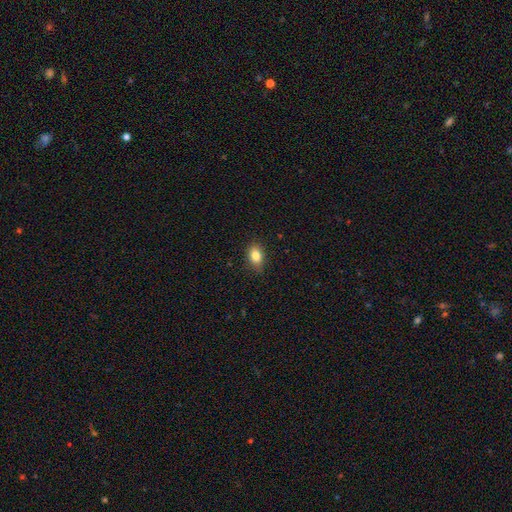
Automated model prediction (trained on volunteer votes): The model was most divided on "how rounded": in between: 78%, round: 20%, cigar-shaped: 2%. More confident: merging — none (84%); smooth or featured — smooth (83%).